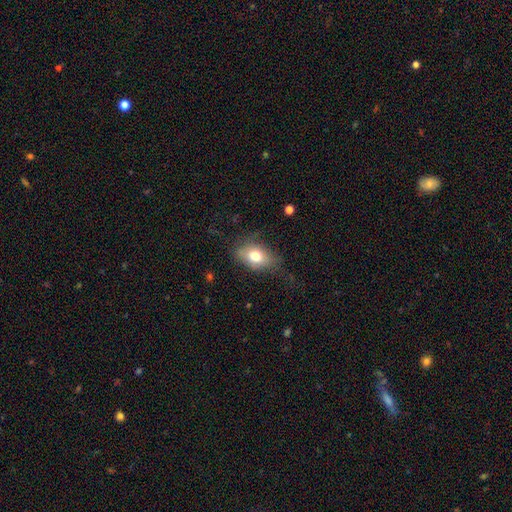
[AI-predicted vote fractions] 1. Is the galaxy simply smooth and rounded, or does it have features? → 73% smooth, 18% featured or disk, 9% star or artifact.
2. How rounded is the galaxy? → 81% in between, 17% round, 2% cigar-shaped.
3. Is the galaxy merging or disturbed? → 57% none, 27% minor disturbance, 13% major disturbance, 2% merger.